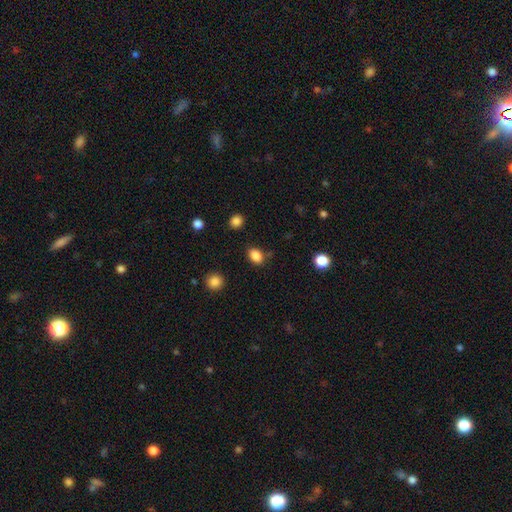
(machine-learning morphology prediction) This is clearly a smooth galaxy (86%). How rounded: likely in between (72%). Merging: clearly none (82%).